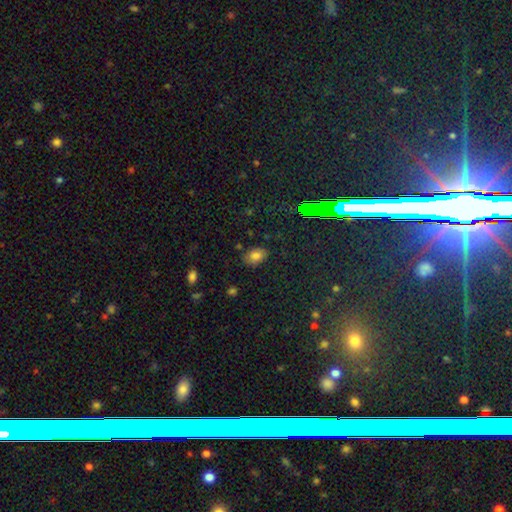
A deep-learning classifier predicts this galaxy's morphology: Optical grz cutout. It shows a smooth galaxy with no disk features (77%) that is in between round and cigar-shaped (84%). Merging: none (79%).